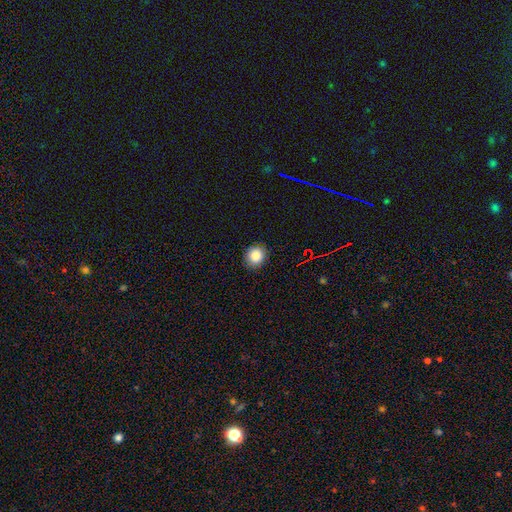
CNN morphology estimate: Smooth or featured?
  - smooth: 85% *
  - star or artifact: 10%
  - featured or disk: 4%
How rounded?
  - round: 83% *
  - in between: 16%
  - cigar-shaped: 1%
Merging?
  - none: 88% *
  - minor disturbance: 9%
  - major disturbance: 2%
  - merger: 1%